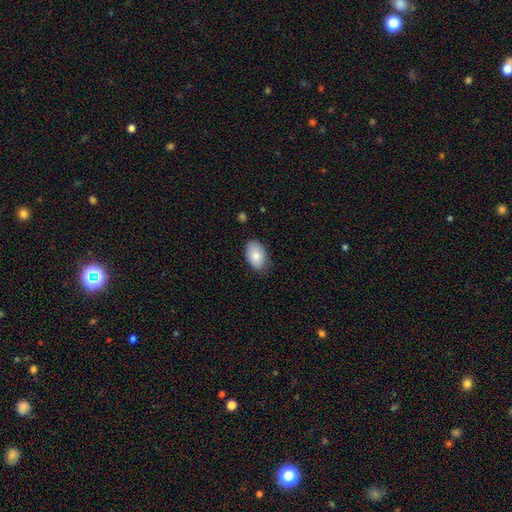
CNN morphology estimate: The model was most divided on "merging": none: 79%, minor disturbance: 17%, major disturbance: 3%, merger: 1%. More confident: how rounded — in between (91%); smooth or featured — smooth (82%).